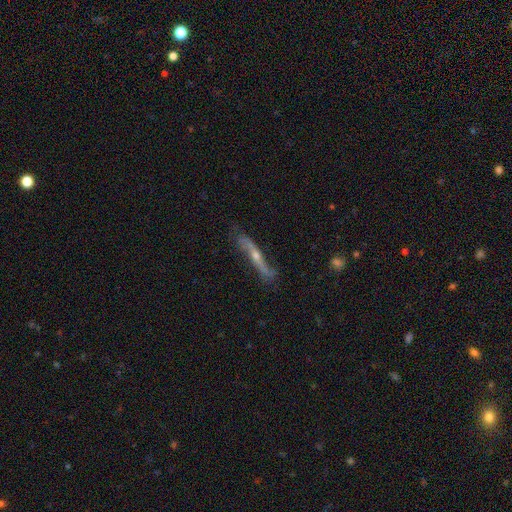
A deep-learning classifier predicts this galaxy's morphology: type=featured or disk (79%); edge-on=yes (63%); merging=none (71%).